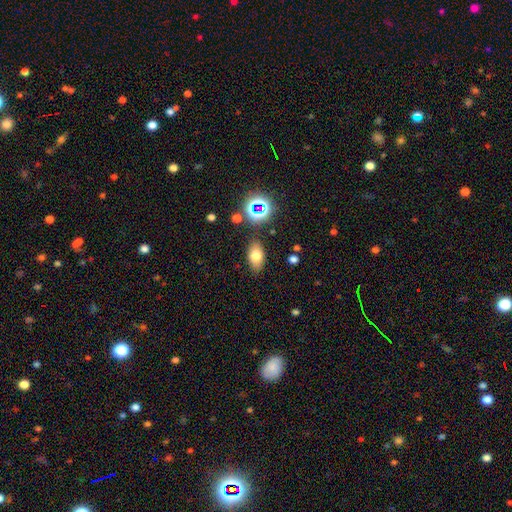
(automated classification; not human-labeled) Smooth or featured? smooth (72%)
How rounded? in between (86%)
Merging? none (82%)